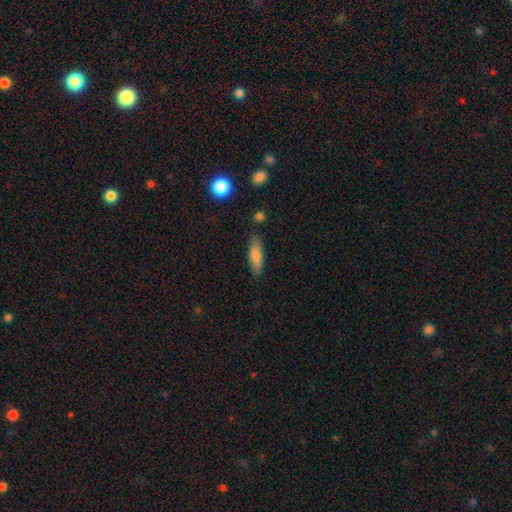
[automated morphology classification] Overall: smooth (73%). How rounded: cigar-shaped (62%; in between 35%). Merging: none (84%).